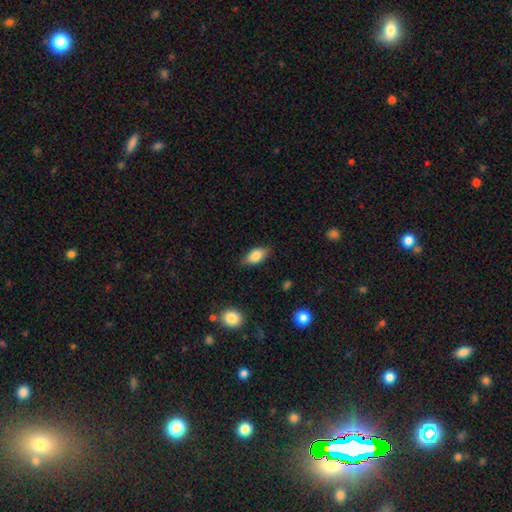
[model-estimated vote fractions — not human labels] Overall: smooth (76%). How rounded: in between (85%). Merging: none (80%).